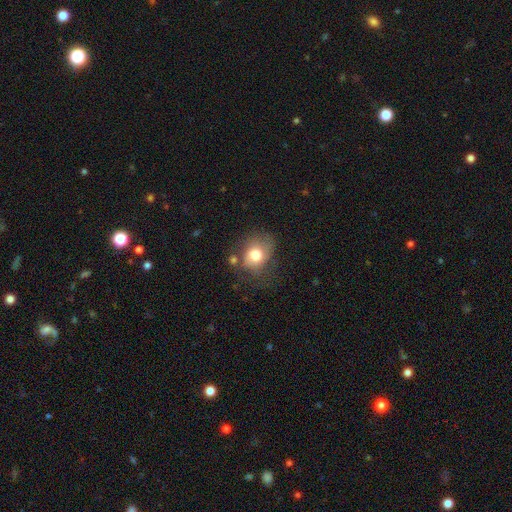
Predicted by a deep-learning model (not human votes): Q: Smooth or featured?
A: smooth (74%); runner-up: featured or disk (17%)
Q: How rounded?
A: round (56%); runner-up: in between (43%)
Q: Merging?
A: none (53%); runner-up: minor disturbance (26%)